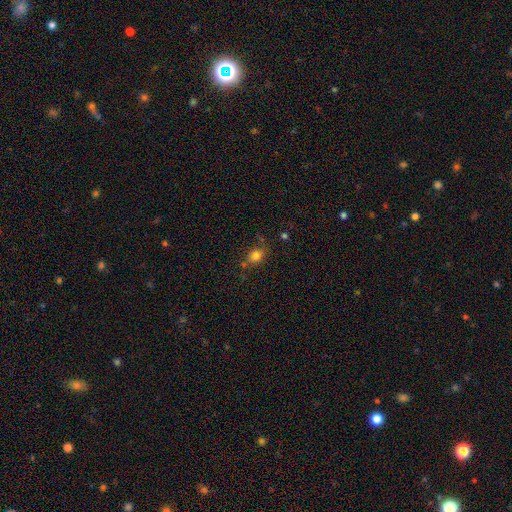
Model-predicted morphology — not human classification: Q: Smooth or featured?
A: smooth (80%); runner-up: star or artifact (13%)
Q: How rounded?
A: round (52%); runner-up: in between (46%)
Q: Merging?
A: none (68%); runner-up: minor disturbance (17%)